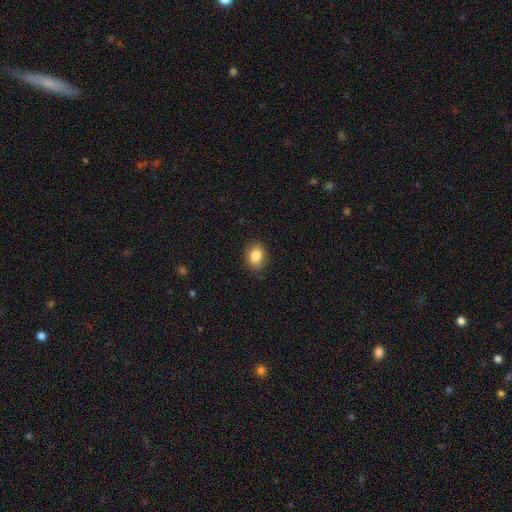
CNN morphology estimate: smooth-or-featured: smooth: 85% | star or artifact: 9% | featured or disk: 6%
  how-rounded: in between: 61% | round: 38% | cigar-shaped: 1%
  merging: none: 86% | minor disturbance: 10% | major disturbance: 2% | merger: 1%